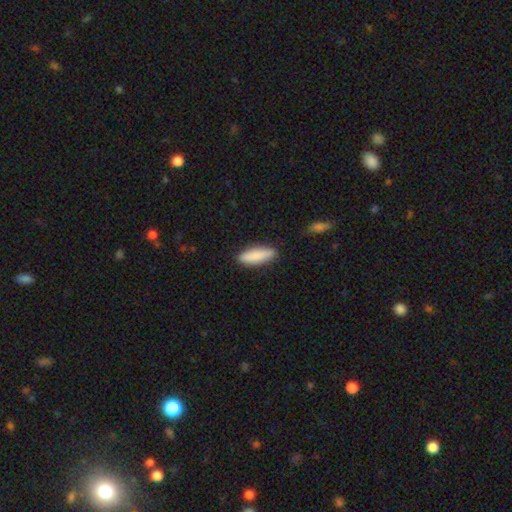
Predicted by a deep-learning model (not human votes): A smooth galaxy with no disk features (84%) that is cigar-shaped (58%). Merging: none (86%).